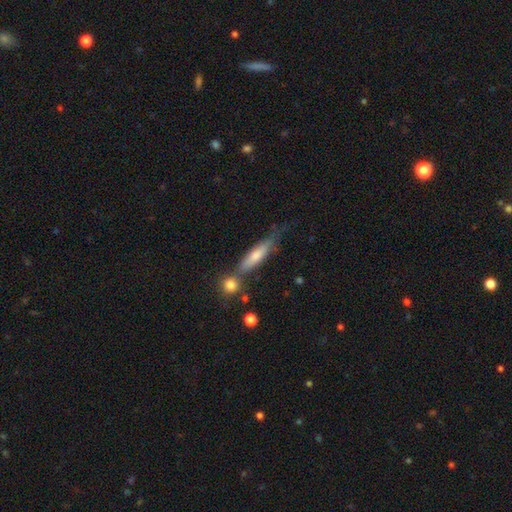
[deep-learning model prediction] Smooth or featured? smooth (57%)
How rounded? cigar-shaped (80%)
Merging? none (56%)